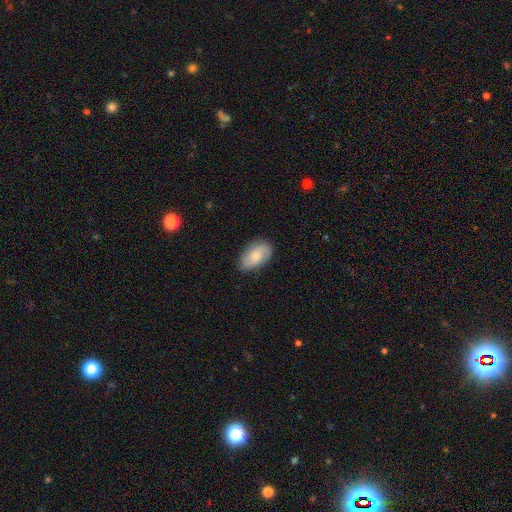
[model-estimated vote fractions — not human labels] Morphology: type=smooth (67%); roundness=in between (93%); merging=none (78%).